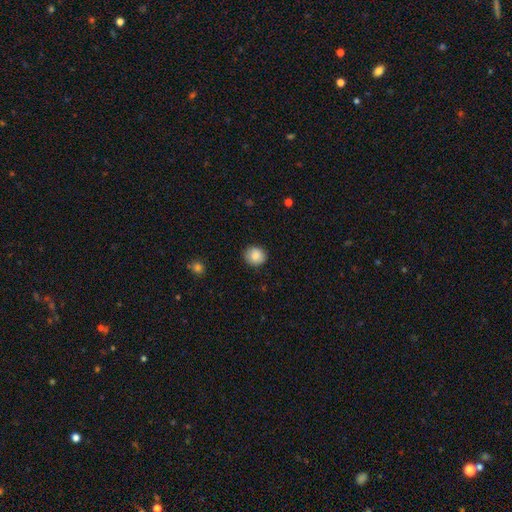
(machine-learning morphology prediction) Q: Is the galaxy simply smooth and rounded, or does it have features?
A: smooth — 86%.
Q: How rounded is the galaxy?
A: round — 84%.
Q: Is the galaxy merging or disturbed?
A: none — 88%.